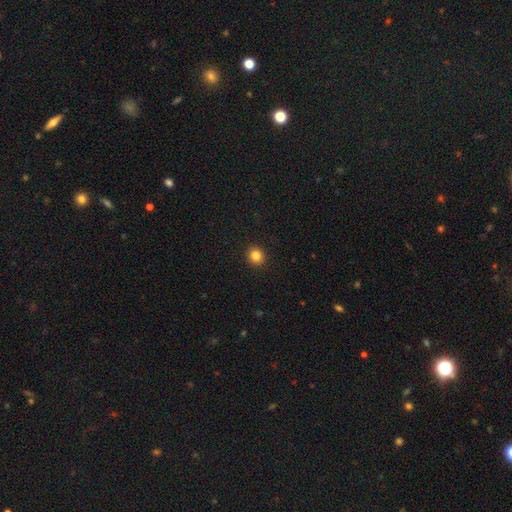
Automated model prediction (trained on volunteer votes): Q: Smooth or featured?
A: smooth (84%); runner-up: star or artifact (11%)
Q: How rounded?
A: round (86%); runner-up: in between (13%)
Q: Merging?
A: none (93%); runner-up: minor disturbance (5%)